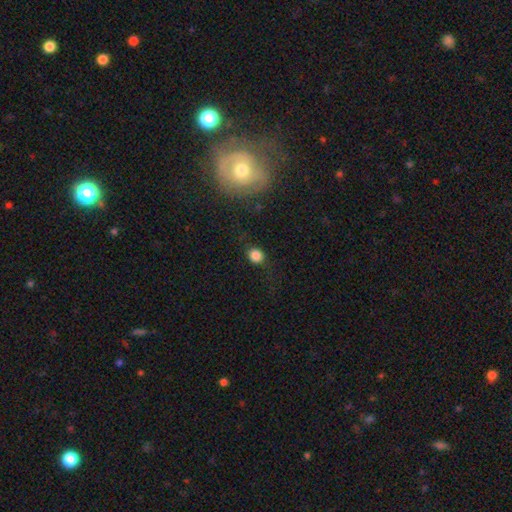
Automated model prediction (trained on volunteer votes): This is clearly a smooth galaxy (83%). How rounded: likely round (76%). Merging: clearly none (80%).